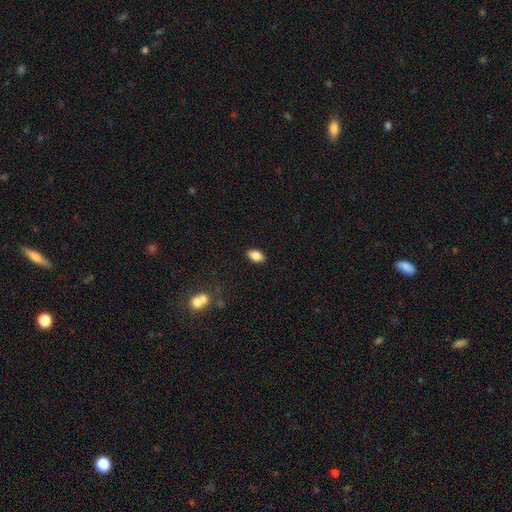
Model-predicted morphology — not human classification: A smooth galaxy with no disk features (84%) that is in between round and cigar-shaped (90%).

Vote fractions:
- Smooth or featured? smooth: 84% / star or artifact: 8% / featured or disk: 8%
- How rounded? in between: 90% / round: 7% / cigar-shaped: 3%
- Merging? none: 88% / minor disturbance: 8% / major disturbance: 2% / merger: 1%